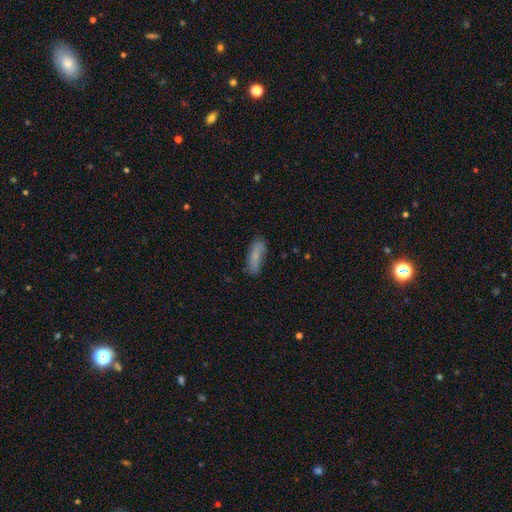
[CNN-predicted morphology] Q: Smooth or featured?
A: smooth (75%); runner-up: featured or disk (17%)
Q: How rounded?
A: in between (52%); runner-up: cigar-shaped (46%)
Q: Merging?
A: none (72%); runner-up: minor disturbance (21%)